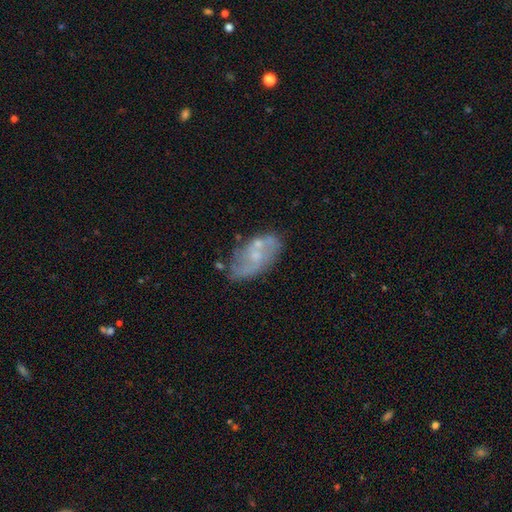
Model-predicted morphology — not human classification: type=featured or disk (64%); edge-on=no (94%); bar=no (64%); spiral arms=yes (65%); bulge=small (58%); merging=none (58%).